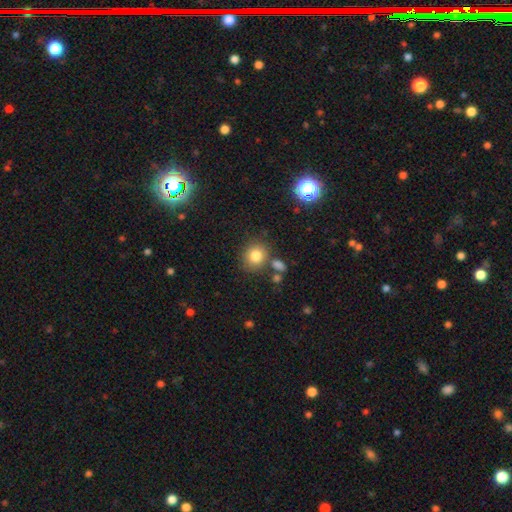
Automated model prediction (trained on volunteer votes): Overall: smooth (81%). How rounded: round (79%). Merging: none (76%).